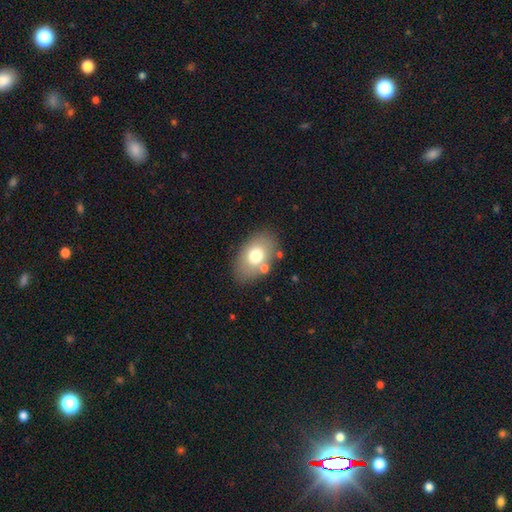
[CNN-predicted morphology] smooth-or-featured: smooth: 71% | featured or disk: 21% | star or artifact: 8%
  how-rounded: in between: 88% | round: 11% | cigar-shaped: 1%
  merging: none: 78% | minor disturbance: 12% | merger: 6% | major disturbance: 4%